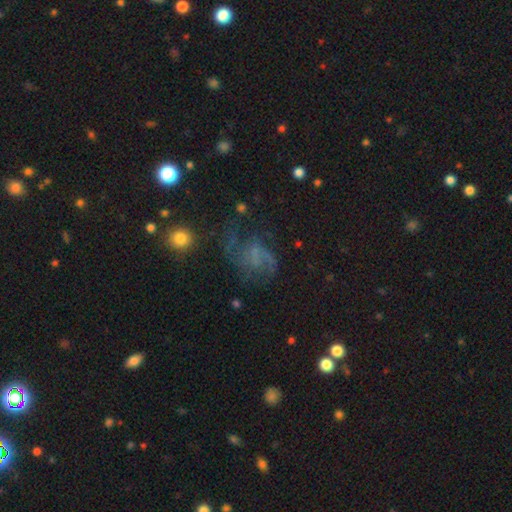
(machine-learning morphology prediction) Overall: featured or disk (60%; smooth 22%). Edge-on disk: no (97%). Bar: no (60%; weak 32%). Spiral arms: yes (76%). Bulge size: none (53%; small 31%). Merging: none (44%; major disturbance 32%).